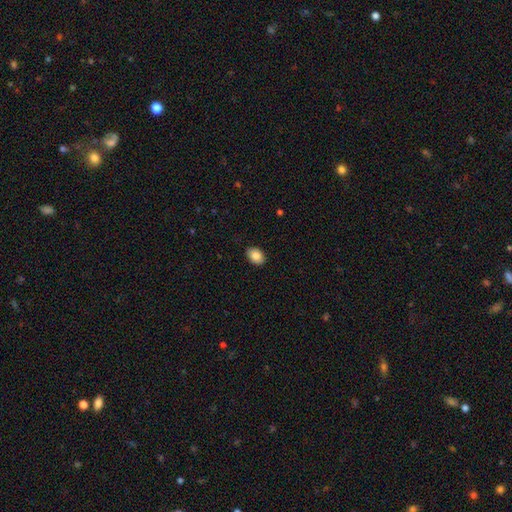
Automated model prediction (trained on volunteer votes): The model was most divided on "how rounded": in between: 78%, round: 21%, cigar-shaped: 1%. More confident: merging — none (89%); smooth or featured — smooth (86%).